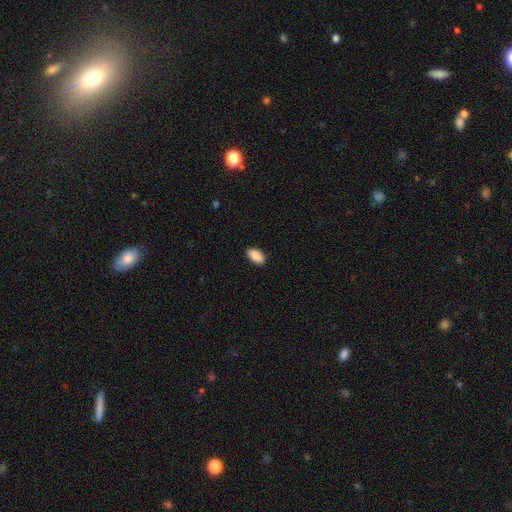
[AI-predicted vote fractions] Smooth or featured?
  - smooth: 90% *
  - star or artifact: 6%
  - featured or disk: 3%
How rounded?
  - in between: 93% *
  - cigar-shaped: 3%
  - round: 3%
Merging?
  - none: 88% *
  - minor disturbance: 9%
  - major disturbance: 2%
  - merger: 1%